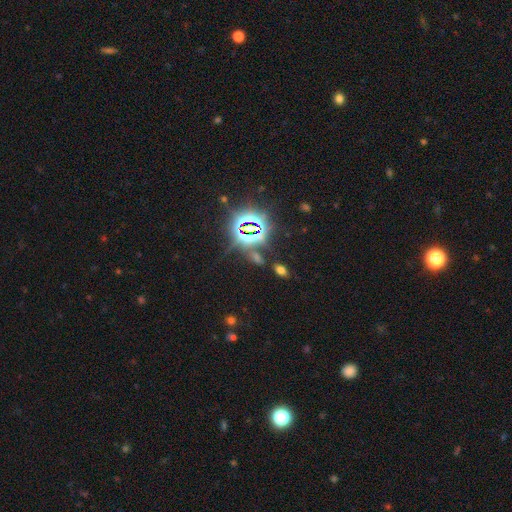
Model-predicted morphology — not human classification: This is likely a star or artifact rather than a galaxy (72%).